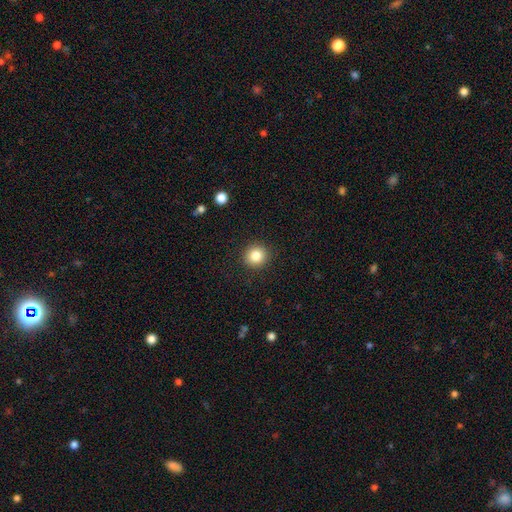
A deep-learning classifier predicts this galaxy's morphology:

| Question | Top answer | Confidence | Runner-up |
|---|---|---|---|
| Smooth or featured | smooth | 84% | star or artifact (10%) |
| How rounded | round | 91% | in between (8%) |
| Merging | none | 91% | minor disturbance (6%) |